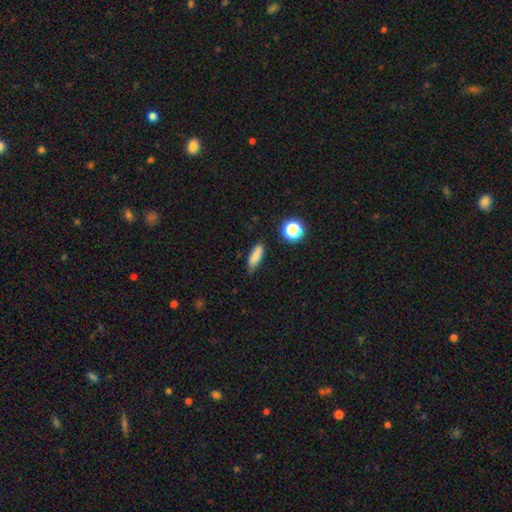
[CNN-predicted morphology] type=smooth (82%); roundness=in between (57%); merging=none (79%).